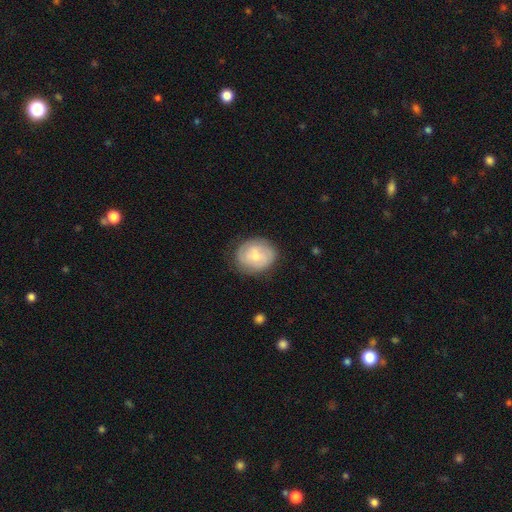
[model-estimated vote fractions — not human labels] Overall: smooth (52%; featured or disk 41%). How rounded: round (69%; in between 30%). Merging: none (75%).